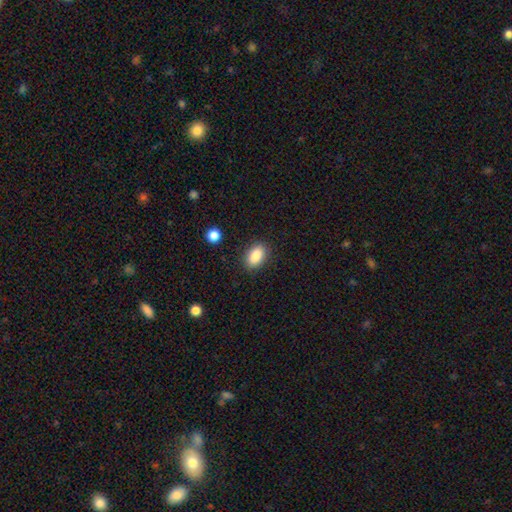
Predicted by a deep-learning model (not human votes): smooth 87%, star or artifact 8%, featured or disk 5%. Down the decision tree: how rounded — in between (90%); merging — none (87%).